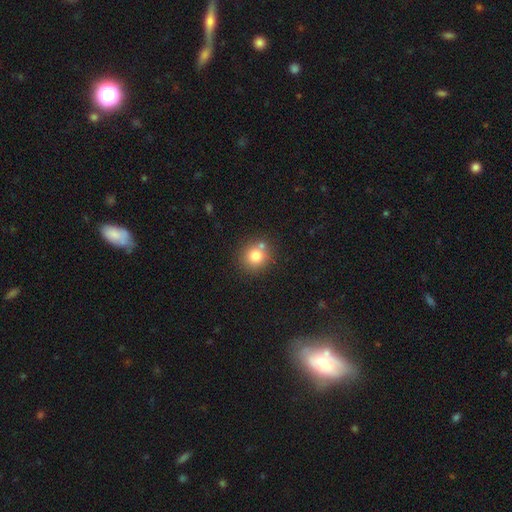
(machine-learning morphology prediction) smooth_or_featured: smooth (p=0.79) [alt: star or artifact p=0.11]
how_rounded: round (p=0.88) [alt: in between p=0.11]
merging: none (p=0.70) [alt: merger p=0.17]